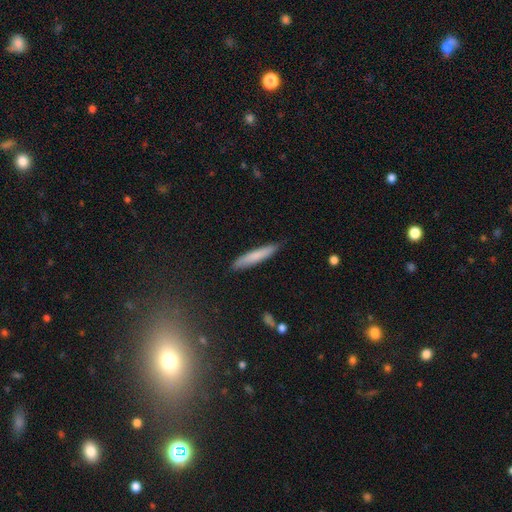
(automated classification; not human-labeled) A smooth galaxy with no disk features (75%) that is cigar-shaped (92%).

Vote fractions:
- Smooth or featured? smooth: 75% / featured or disk: 20% / star or artifact: 6%
- How rounded? cigar-shaped: 92% / in between: 7% / round: 1%
- Merging? none: 87% / minor disturbance: 10% / major disturbance: 2% / merger: 1%